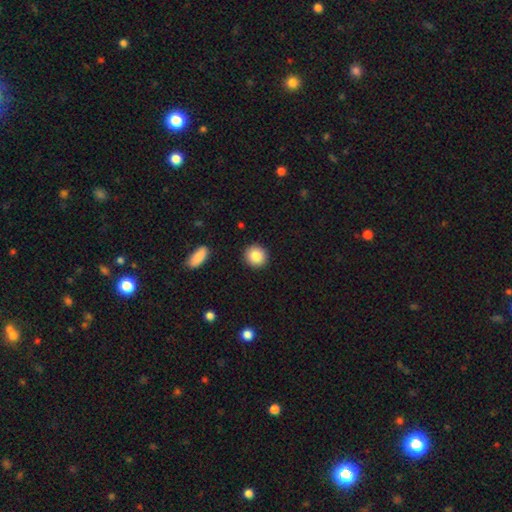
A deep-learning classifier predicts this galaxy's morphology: This is clearly a smooth galaxy (85%). How rounded: clearly round (90%). Merging: clearly none (92%).